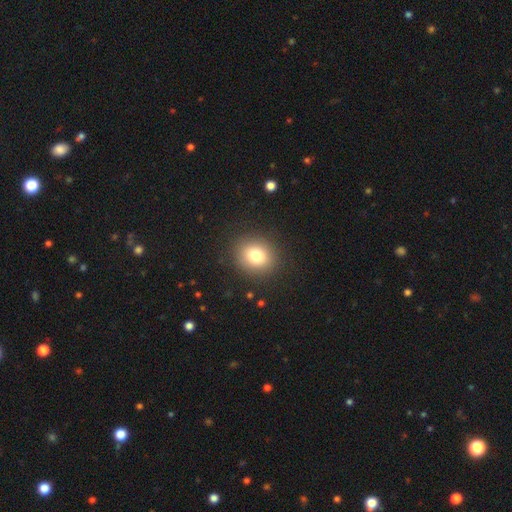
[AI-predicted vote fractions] Overall: smooth (79%). How rounded: round (71%). Merging: none (89%).